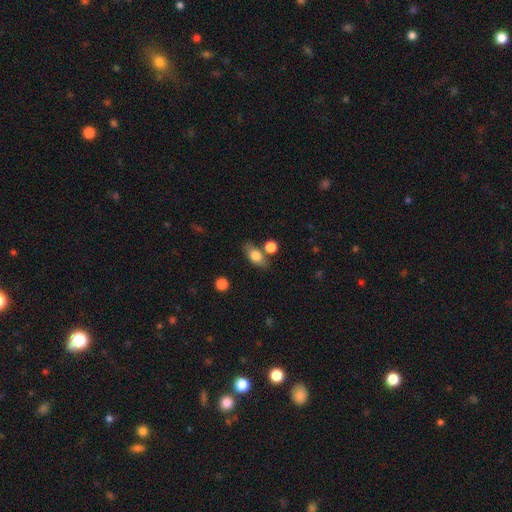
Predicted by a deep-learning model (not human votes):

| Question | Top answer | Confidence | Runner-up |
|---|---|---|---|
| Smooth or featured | smooth | 74% | featured or disk (18%) |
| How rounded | in between | 78% | round (12%) |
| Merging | none | 68% | minor disturbance (15%) |